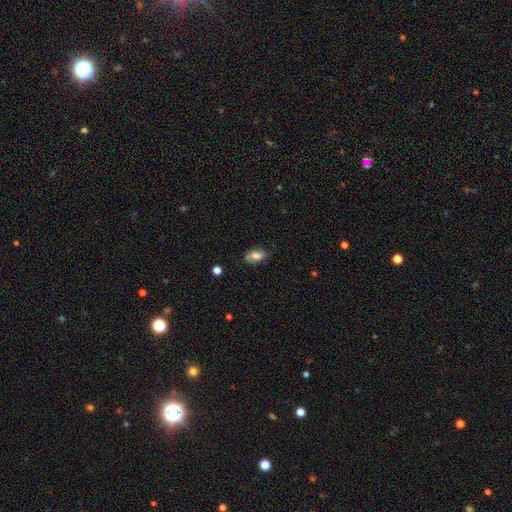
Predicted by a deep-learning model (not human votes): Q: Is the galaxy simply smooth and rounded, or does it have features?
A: smooth — 66%.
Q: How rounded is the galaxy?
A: in between — 87%.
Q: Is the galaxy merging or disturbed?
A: none — 63%.